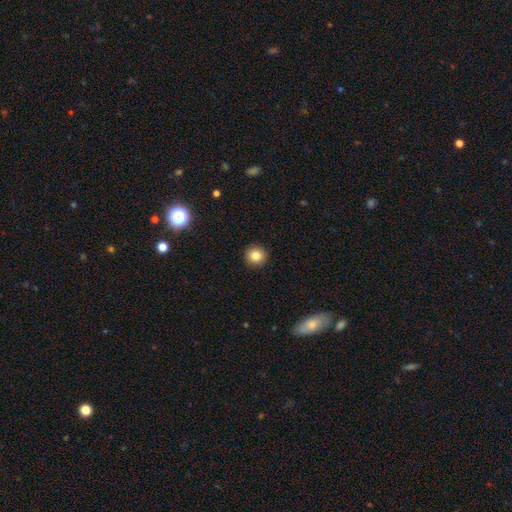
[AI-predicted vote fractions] A smooth galaxy with no disk features (83%) that is round (94%). Merging: none (92%).